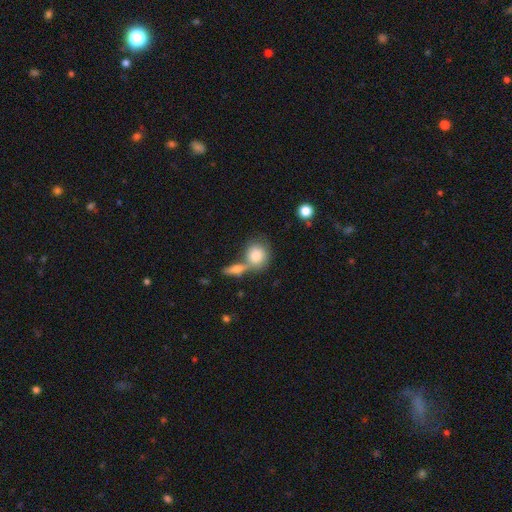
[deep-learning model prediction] The model was most divided on "merging": none: 42%, merger: 41%, minor disturbance: 11%, major disturbance: 5%. More confident: smooth or featured — smooth (80%); how rounded — round (70%).